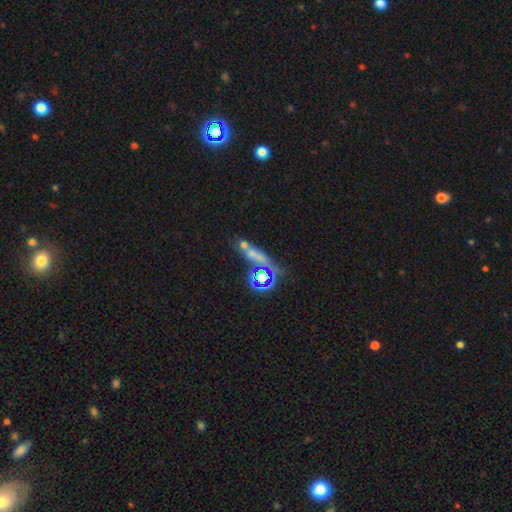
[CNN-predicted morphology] Smooth or featured? Predicted: smooth (p=0.43). Merging? Predicted: none (p=0.48).